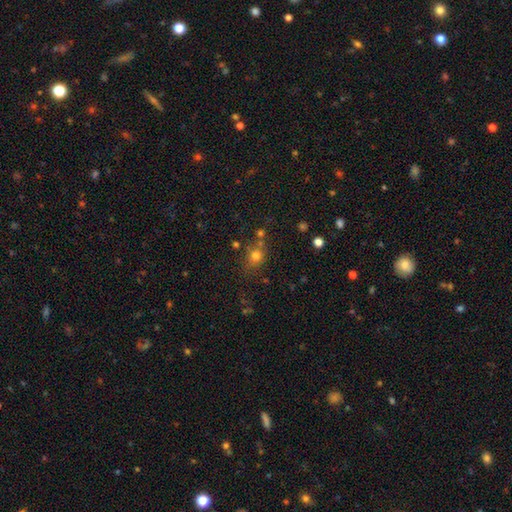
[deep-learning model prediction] smooth-or-featured: smooth: 73% | star or artifact: 17% | featured or disk: 10%
  how-rounded: round: 71% | in between: 28% | cigar-shaped: 1%
  merging: none: 67% | minor disturbance: 14% | merger: 13% | major disturbance: 5%